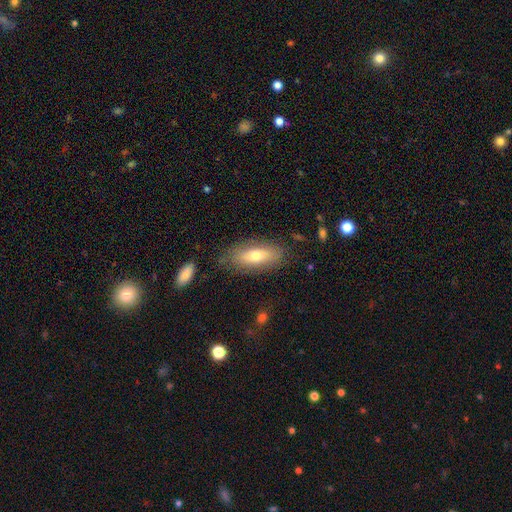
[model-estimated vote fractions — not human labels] A smooth galaxy with no disk features (65%) that is in between round and cigar-shaped (75%). Merging: none (78%).